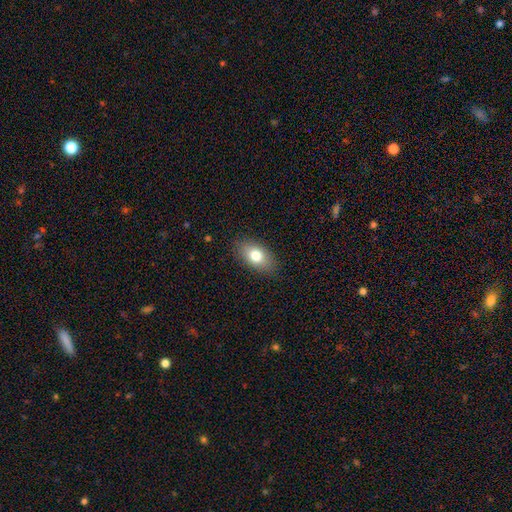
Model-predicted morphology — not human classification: Q: Smooth or featured?
A: smooth (77%); runner-up: featured or disk (15%)
Q: How rounded?
A: in between (90%); runner-up: round (7%)
Q: Merging?
A: none (86%); runner-up: minor disturbance (10%)